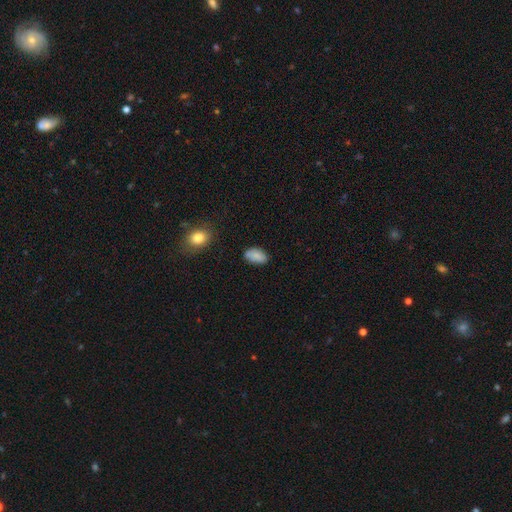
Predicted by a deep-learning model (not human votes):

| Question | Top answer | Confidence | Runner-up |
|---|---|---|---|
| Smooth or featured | smooth | 79% | featured or disk (13%) |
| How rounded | in between | 91% | round (7%) |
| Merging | none | 66% | minor disturbance (23%) |